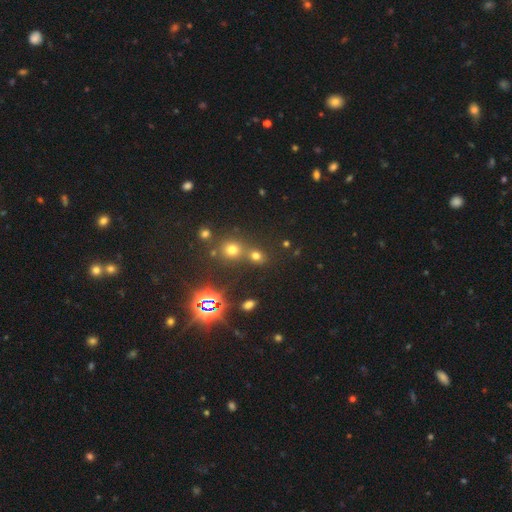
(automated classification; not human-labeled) Q: Smooth or featured?
A: smooth (61%); runner-up: star or artifact (31%)
Q: How rounded?
A: round (71%); runner-up: in between (27%)
Q: Merging?
A: none (57%); runner-up: merger (32%)